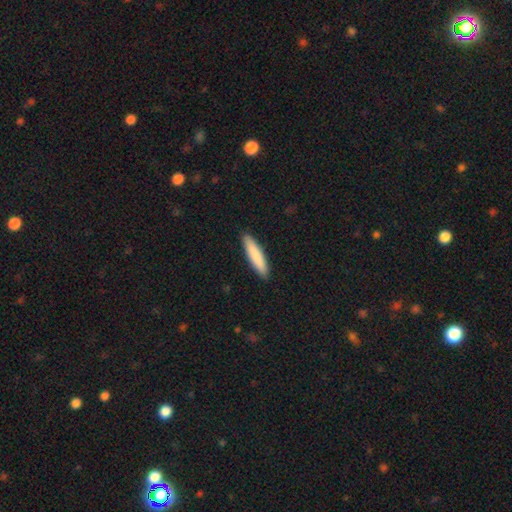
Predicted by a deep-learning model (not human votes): A smooth galaxy with no disk features (85%) that is cigar-shaped (86%).

Vote fractions:
- Smooth or featured? smooth: 85% / featured or disk: 10% / star or artifact: 5%
- How rounded? cigar-shaped: 86% / in between: 13% / round: 1%
- Merging? none: 91% / minor disturbance: 7% / major disturbance: 1% / merger: 1%